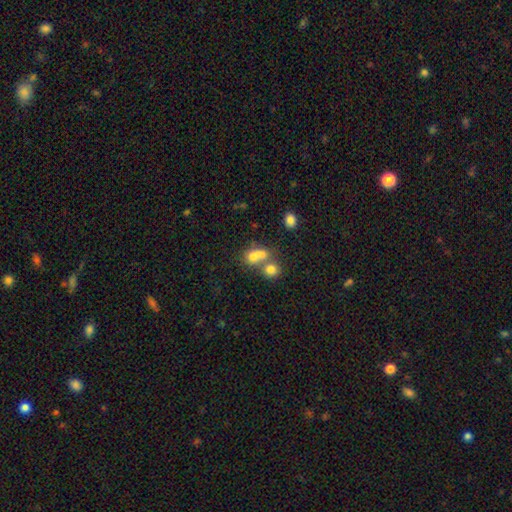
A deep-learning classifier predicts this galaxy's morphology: Smooth or featured? smooth (70%)
How rounded? round (55%)
Merging? merger (59%)